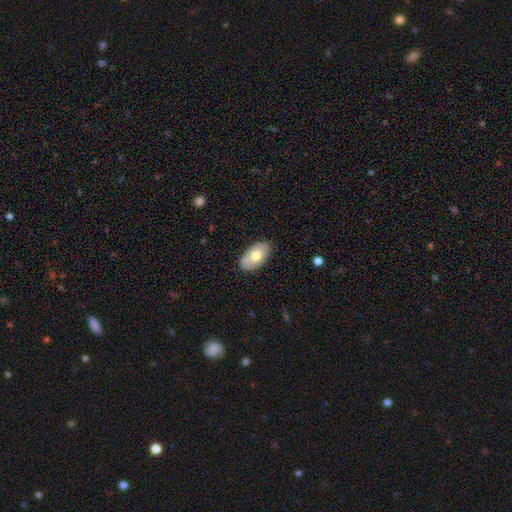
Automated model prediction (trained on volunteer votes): Smooth or featured? smooth (67%)
How rounded? in between (94%)
Merging? none (85%)